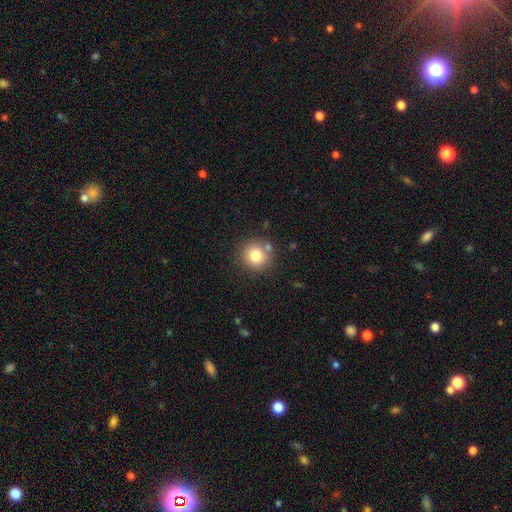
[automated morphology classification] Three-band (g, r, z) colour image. It shows a smooth galaxy with no disk features (79%) that is round (92%). Merging: none (81%).